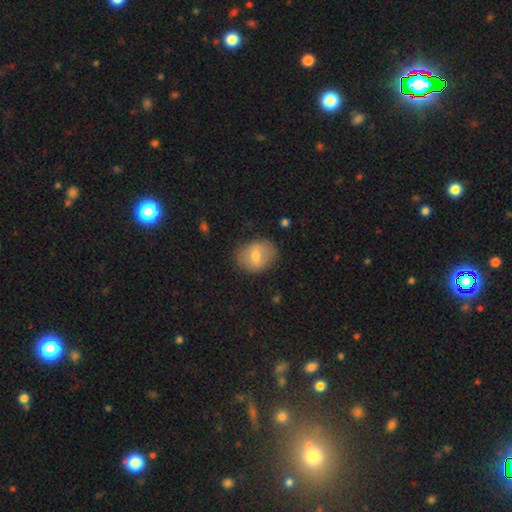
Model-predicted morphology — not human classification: This appears to be a smooth galaxy with no disk features (64%) that is in between round and cigar-shaped (50%). Merging: none (81%).